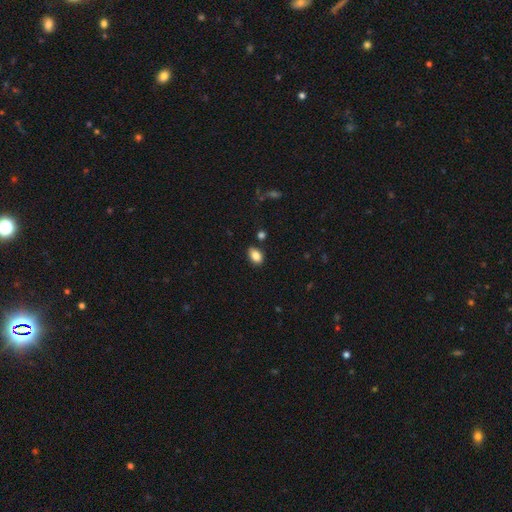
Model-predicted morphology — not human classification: Smooth or featured?
  - smooth: 85% *
  - star or artifact: 8%
  - featured or disk: 6%
How rounded?
  - in between: 87% *
  - round: 11%
  - cigar-shaped: 1%
Merging?
  - none: 84% *
  - minor disturbance: 11%
  - merger: 3%
  - major disturbance: 2%